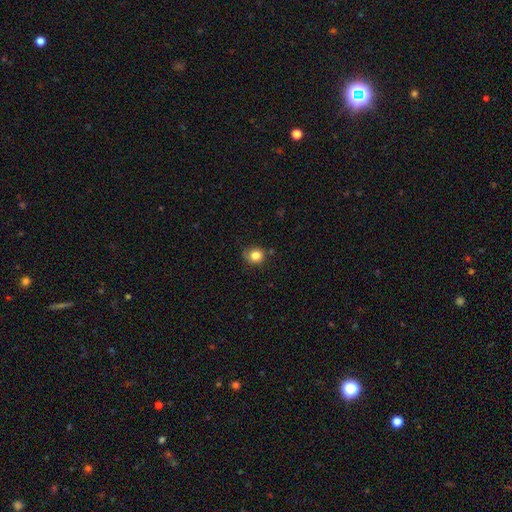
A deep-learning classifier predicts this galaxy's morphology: smooth-or-featured: smooth: 82% | star or artifact: 11% | featured or disk: 7%
  how-rounded: round: 80% | in between: 19% | cigar-shaped: 1%
  merging: none: 73% | minor disturbance: 20% | major disturbance: 4% | merger: 3%